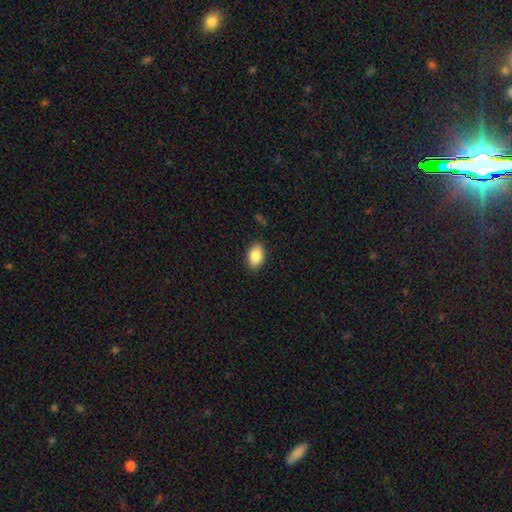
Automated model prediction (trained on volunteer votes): smooth 87%, star or artifact 7%, featured or disk 6%. Down the decision tree: how rounded — in between (89%); merging — none (87%).